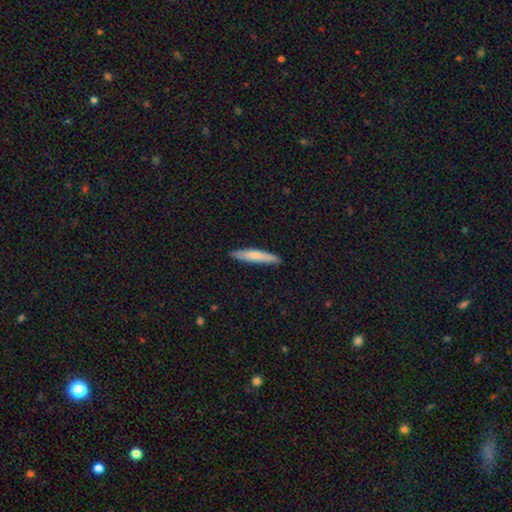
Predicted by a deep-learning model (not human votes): smooth-or-featured: smooth: 69% | featured or disk: 26% | star or artifact: 5%
  how-rounded: cigar-shaped: 91% | in between: 8% | round: 1%
  merging: none: 89% | minor disturbance: 9% | major disturbance: 2% | merger: 1%